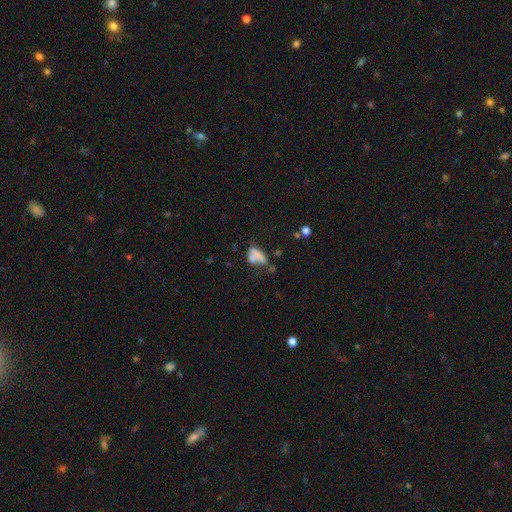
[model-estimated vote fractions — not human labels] This appears to be a smooth galaxy with no disk features (60%) that is in between round and cigar-shaped (68%). Merging: merger (39%).